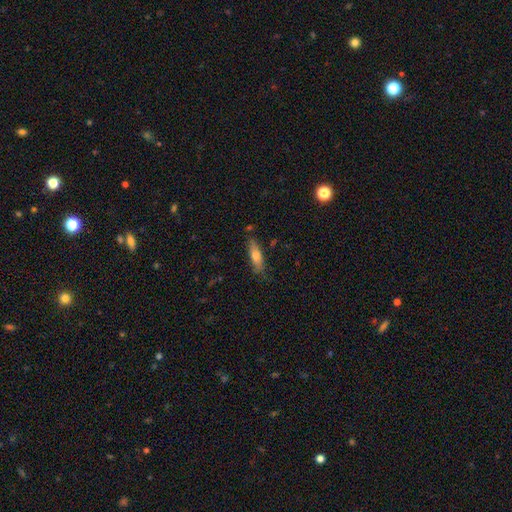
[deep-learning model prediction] A smooth galaxy with no disk features (61%) that is cigar-shaped (66%). Merging: none (78%).